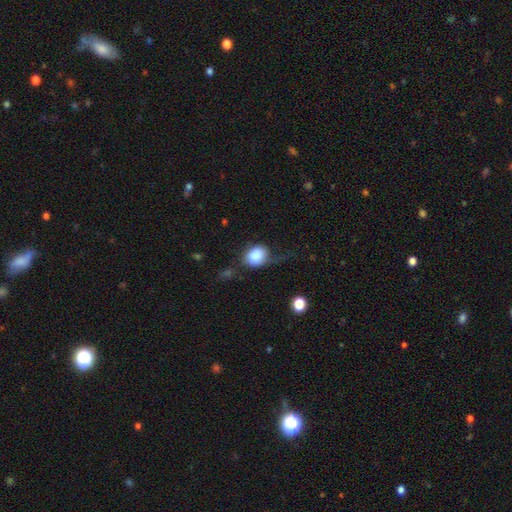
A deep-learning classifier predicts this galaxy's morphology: Smooth or featured?
  - smooth: 80% *
  - featured or disk: 13%
  - star or artifact: 7%
How rounded?
  - in between: 50% *
  - round: 49%
  - cigar-shaped: 1%
Merging?
  - none: 33% *
  - major disturbance: 31%
  - minor disturbance: 30%
  - merger: 5%